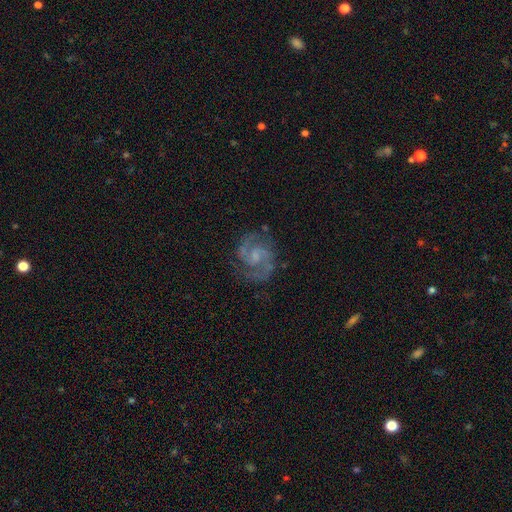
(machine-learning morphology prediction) The model was most divided on "bar": weak: 51%, no: 40%, strong: 10%. More confident: edge-on disk — no (98%); spiral arms — yes (98%); spiral arm count — 2 (91%); smooth or featured — featured or disk (89%); merging — none (78%); spiral winding — medium (60%); bulge size — small (51%).